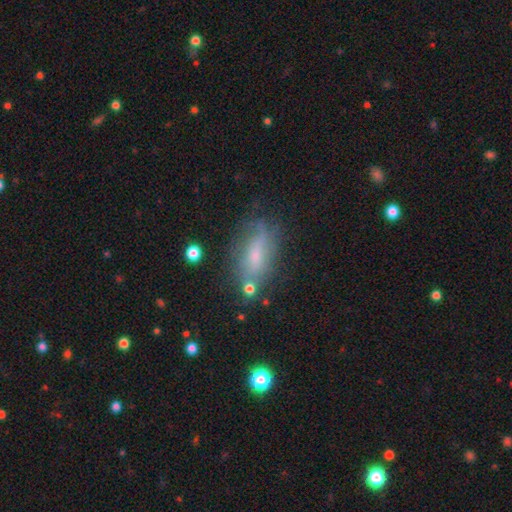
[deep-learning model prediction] This appears to be a smooth galaxy with no disk features (49%). Merging: none (61%).